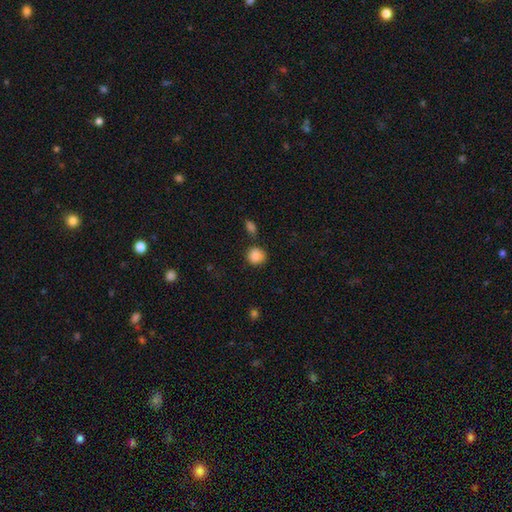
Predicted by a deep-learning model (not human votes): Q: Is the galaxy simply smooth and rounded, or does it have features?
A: smooth — 88%.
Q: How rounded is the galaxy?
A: round — 85%.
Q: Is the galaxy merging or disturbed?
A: none — 76%.